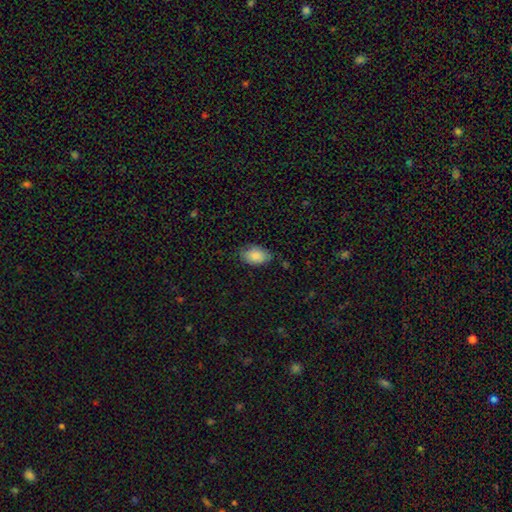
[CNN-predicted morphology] This is clearly a smooth galaxy (87%). How rounded: clearly in between (91%). Merging: likely none (72%).